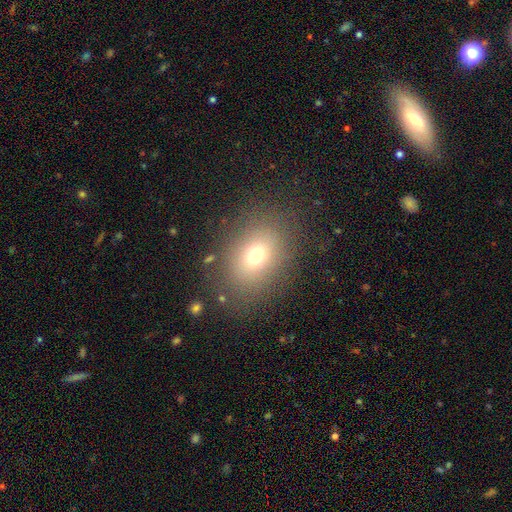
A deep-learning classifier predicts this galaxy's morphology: Smooth or featured: smooth — 71% (star or artifact — 15%)
How rounded: in between — 65% (round — 34%)
Merging: none — 82% (minor disturbance — 11%)